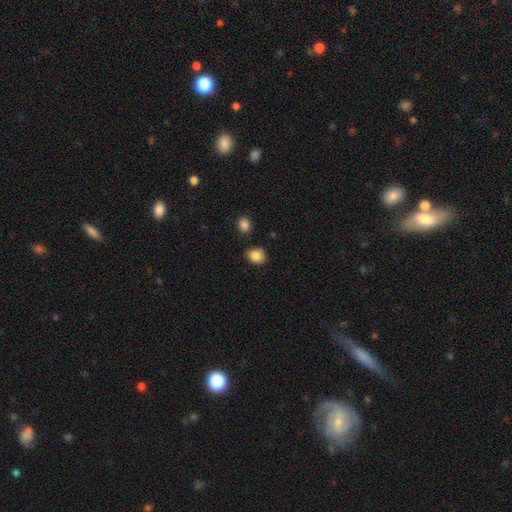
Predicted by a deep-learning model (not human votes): smooth-or-featured: smooth: 86% | star or artifact: 9% | featured or disk: 5%
  how-rounded: round: 59% | in between: 40% | cigar-shaped: 1%
  merging: none: 81% | minor disturbance: 13% | merger: 4% | major disturbance: 3%